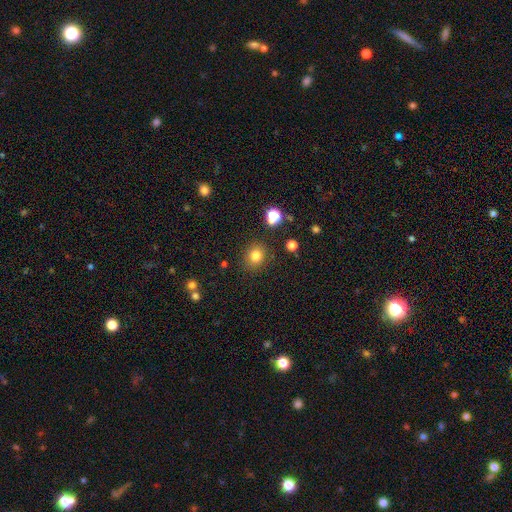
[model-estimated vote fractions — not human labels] Smooth or featured?
  - smooth: 78% *
  - star or artifact: 15%
  - featured or disk: 7%
How rounded?
  - round: 80% *
  - in between: 19%
  - cigar-shaped: 1%
Merging?
  - none: 86% *
  - minor disturbance: 8%
  - major disturbance: 3%
  - merger: 2%